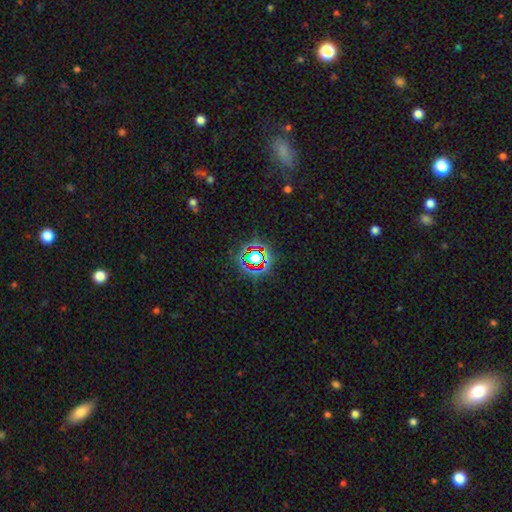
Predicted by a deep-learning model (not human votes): smooth_or_featured: star or artifact (p=0.70) [alt: smooth p=0.18]